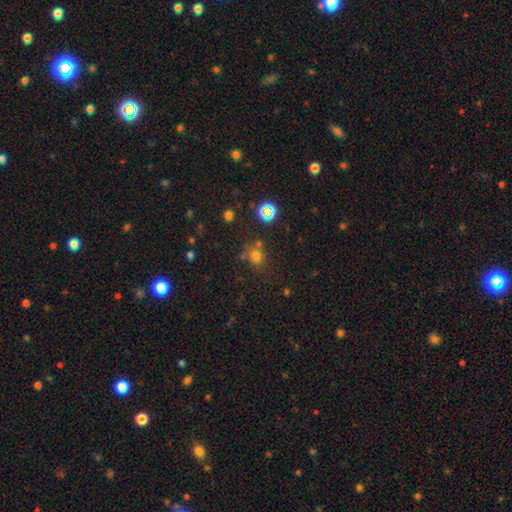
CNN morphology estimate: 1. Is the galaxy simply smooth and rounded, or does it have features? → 67% smooth, 25% star or artifact, 8% featured or disk.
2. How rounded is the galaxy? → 82% round, 17% in between, 1% cigar-shaped.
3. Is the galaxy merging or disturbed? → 68% none, 13% minor disturbance, 13% merger, 6% major disturbance.